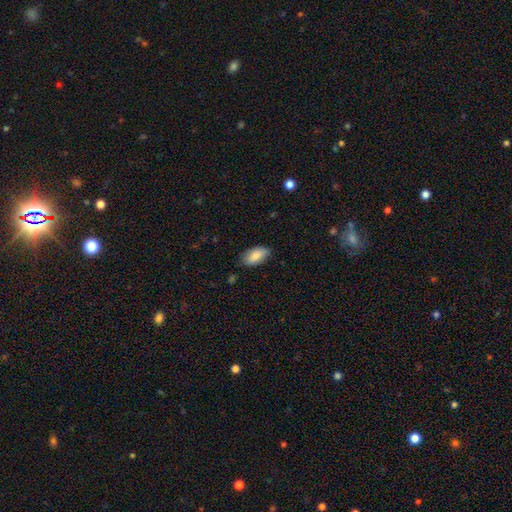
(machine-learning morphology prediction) Smooth or featured? Predicted: smooth (p=0.83). How rounded? Predicted: in between (p=0.93). Merging? Predicted: none (p=0.78).